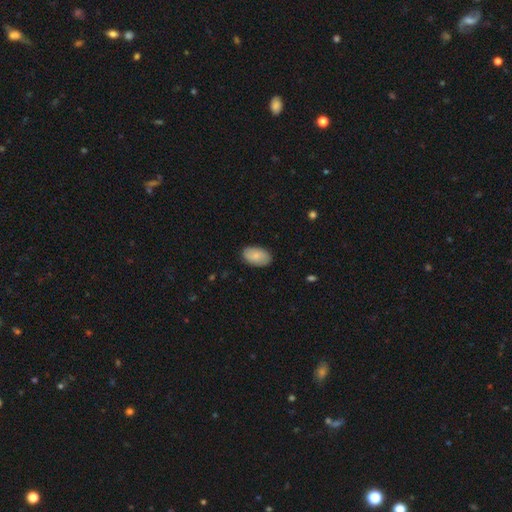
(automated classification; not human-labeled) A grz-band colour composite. It shows a smooth galaxy with no disk features (82%) that is in between round and cigar-shaped (93%). Merging: none (87%).